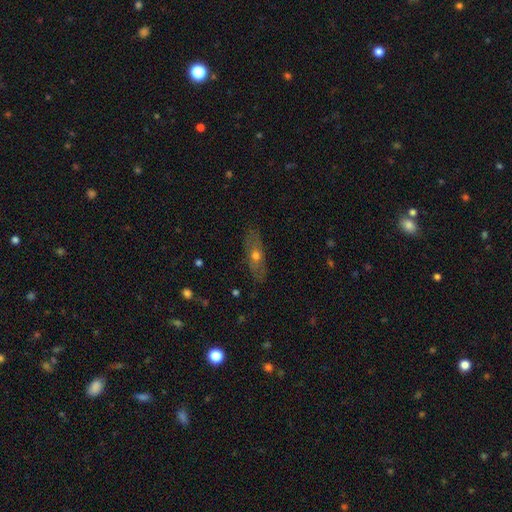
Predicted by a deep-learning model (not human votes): Smooth or featured? smooth (47%)
Merging? none (81%)